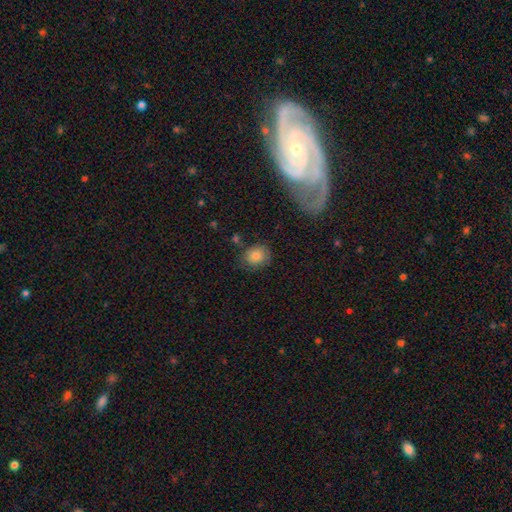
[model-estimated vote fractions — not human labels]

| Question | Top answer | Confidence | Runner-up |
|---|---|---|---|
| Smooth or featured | smooth | 81% | star or artifact (11%) |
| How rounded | round | 69% | in between (30%) |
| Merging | none | 75% | minor disturbance (16%) |